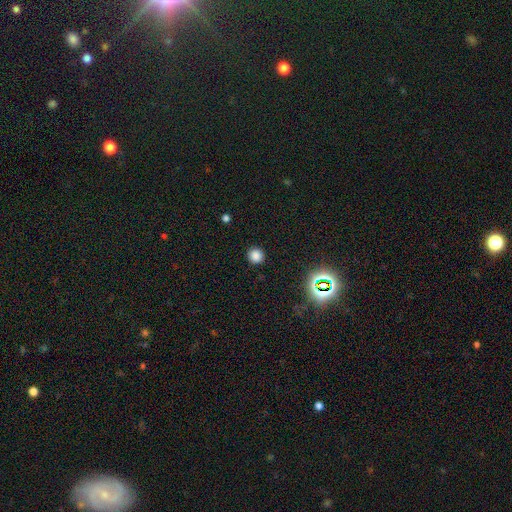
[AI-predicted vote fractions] This is likely a smooth galaxy (80%). How rounded: clearly round (94%). Merging: clearly none (91%).